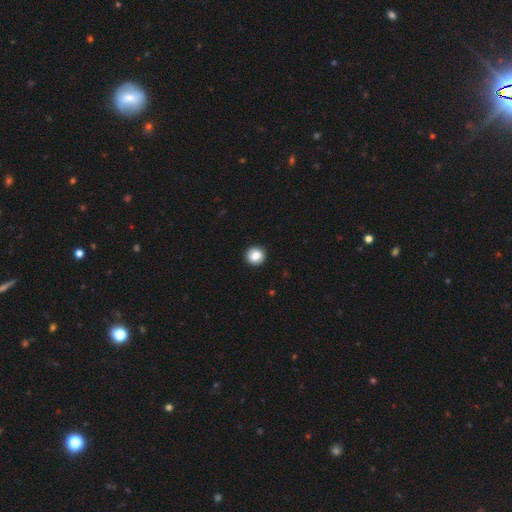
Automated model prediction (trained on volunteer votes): Q: Smooth or featured?
A: smooth (84%); runner-up: star or artifact (9%)
Q: How rounded?
A: round (92%); runner-up: in between (7%)
Q: Merging?
A: none (93%); runner-up: minor disturbance (5%)